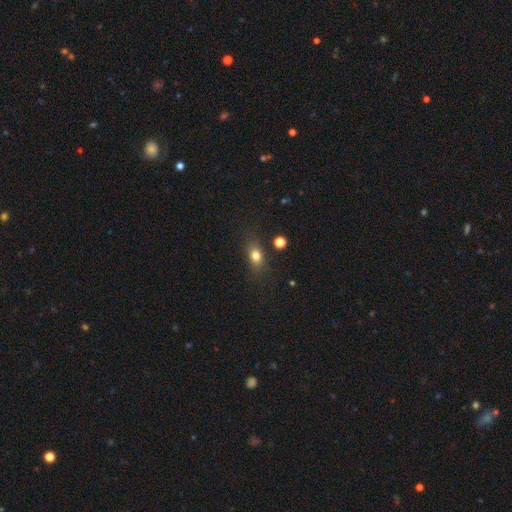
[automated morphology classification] type=smooth (77%); roundness=in between (66%); merging=none (76%).